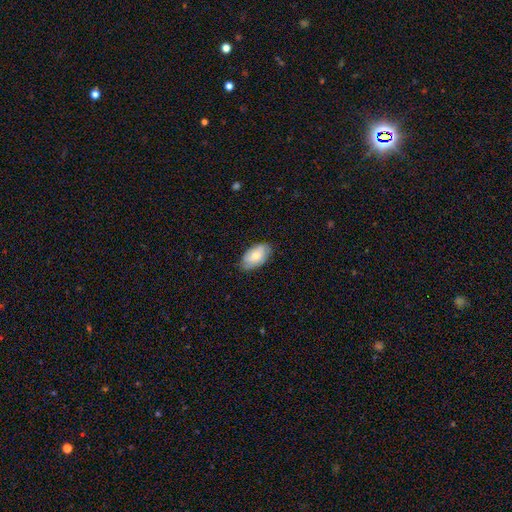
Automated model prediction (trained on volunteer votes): Smooth or featured? Predicted: smooth (p=0.67). How rounded? Predicted: in between (p=0.94). Merging? Predicted: none (p=0.77).